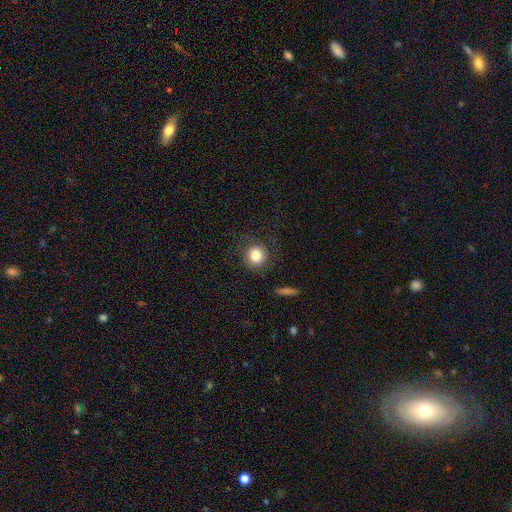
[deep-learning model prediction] A smooth galaxy with no disk features (83%) that is round (90%). Merging: none (76%).